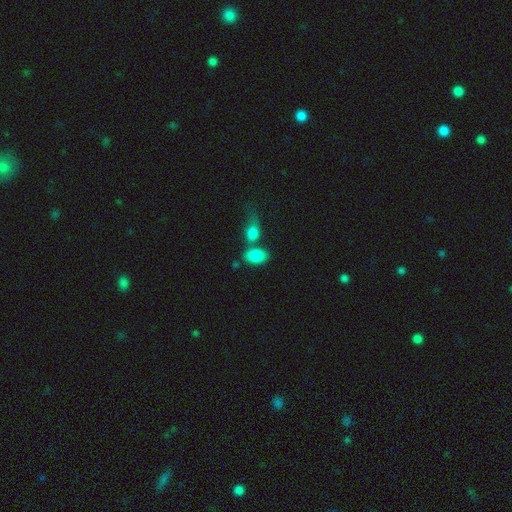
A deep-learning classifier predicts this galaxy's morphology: smooth-or-featured: smooth: 85% | featured or disk: 8% | star or artifact: 7%
  how-rounded: in between: 88% | round: 11% | cigar-shaped: 2%
  merging: none: 44% | merger: 37% | minor disturbance: 12% | major disturbance: 7%